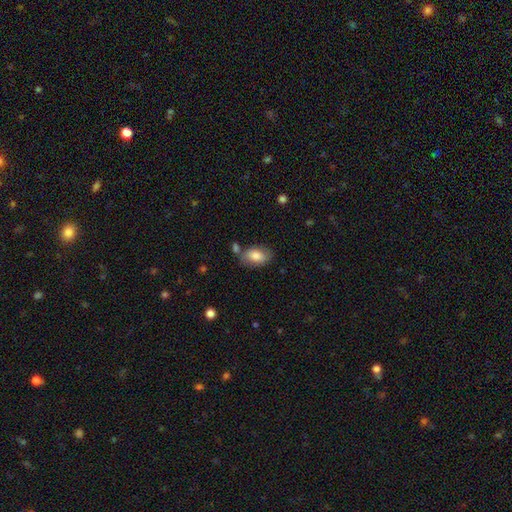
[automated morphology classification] The model was most divided on "merging": none: 69%, minor disturbance: 17%, merger: 10%, major disturbance: 5%. More confident: how rounded — in between (89%); smooth or featured — smooth (79%).